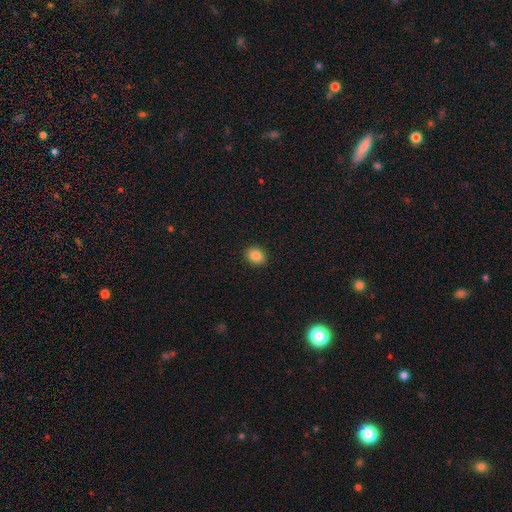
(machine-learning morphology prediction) This is clearly a smooth galaxy (87%). How rounded: possibly in between (57%). Merging: clearly none (91%).